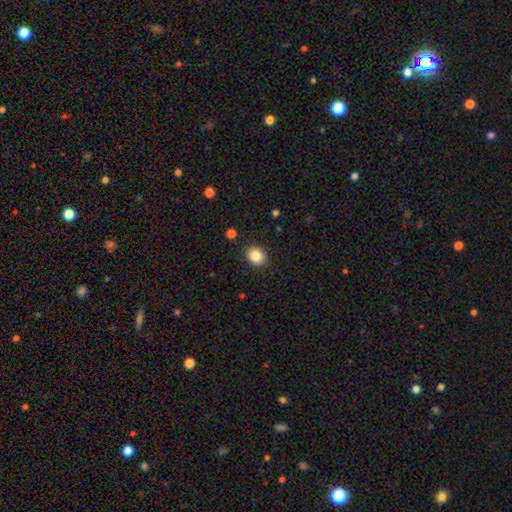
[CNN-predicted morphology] Smooth or featured: smooth — 86% (star or artifact — 10%)
How rounded: round — 68% (in between — 31%)
Merging: none — 90% (minor disturbance — 7%)